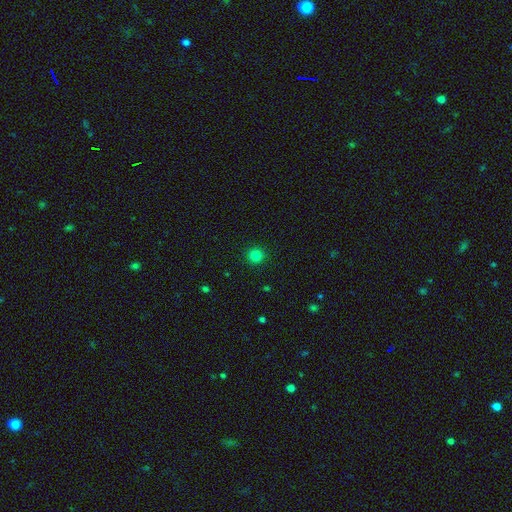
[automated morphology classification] Smooth or featured? Predicted: smooth (p=0.82). How rounded? Predicted: round (p=0.95). Merging? Predicted: none (p=0.92).